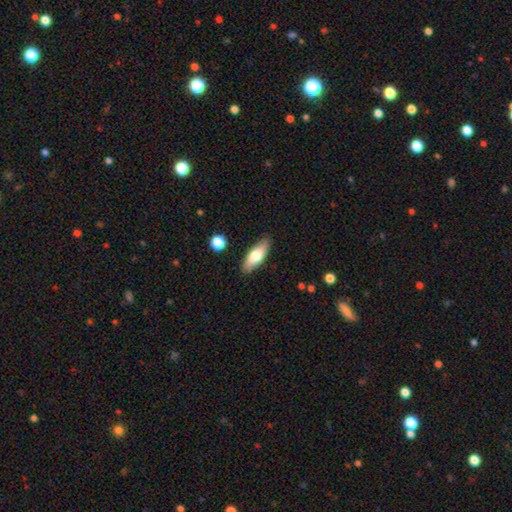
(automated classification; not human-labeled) Morphology: type=smooth (68%); roundness=in between (66%); merging=none (87%).